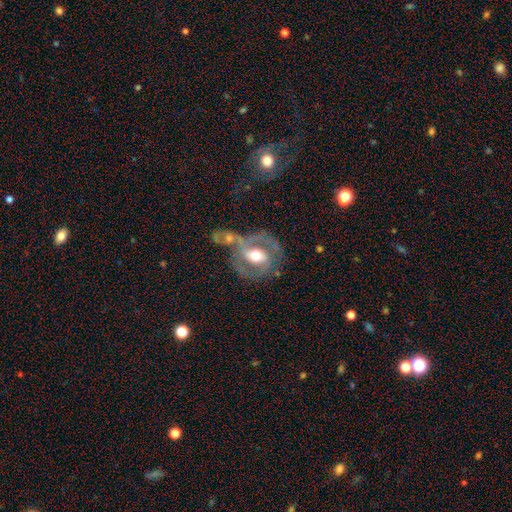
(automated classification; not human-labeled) Morphology: type=featured or disk (72%); edge-on=no (96%); bar=no (42%); spiral arms=yes (73%); winding=medium (44%); arm count=2 (69%); bulge=moderate (72%); merging=none (37%).